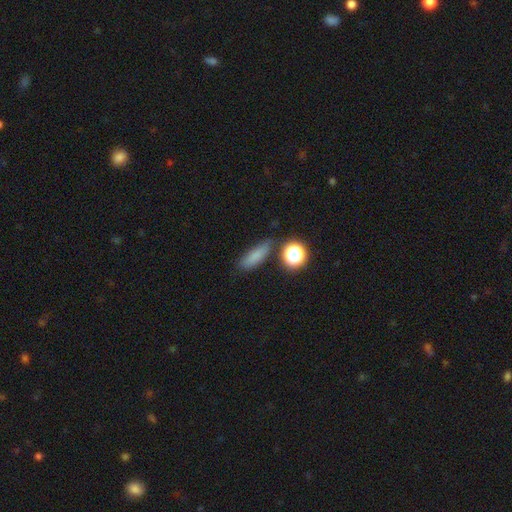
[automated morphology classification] A smooth galaxy with no disk features (77%) that is cigar-shaped (48%).

Vote fractions:
- Smooth or featured? smooth: 77% / star or artifact: 14% / featured or disk: 9%
- How rounded? cigar-shaped: 48% / in between: 41% / round: 11%
- Merging? none: 73% / minor disturbance: 16% / merger: 6% / major disturbance: 5%